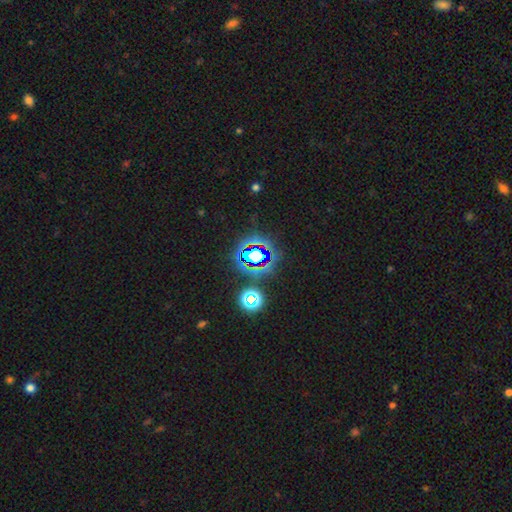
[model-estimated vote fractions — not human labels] Smooth or featured?
  - star or artifact: 69% *
  - smooth: 19%
  - featured or disk: 12%